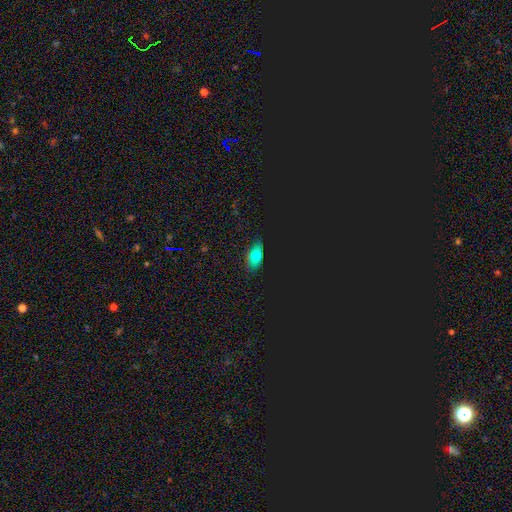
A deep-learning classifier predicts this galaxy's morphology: This appears to be a smooth galaxy with no disk features (57%) that is in between round and cigar-shaped (82%). Merging: none (77%).